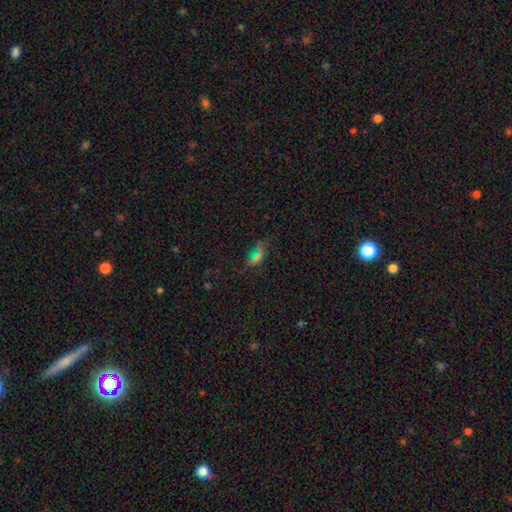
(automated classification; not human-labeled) Morphology: type=smooth (49%); merging=none (57%).